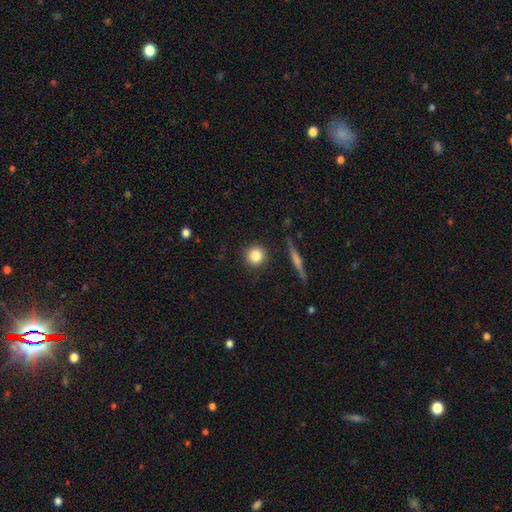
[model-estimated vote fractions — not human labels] This appears to be a smooth galaxy with no disk features (83%) that is round (93%). Merging: none (89%).